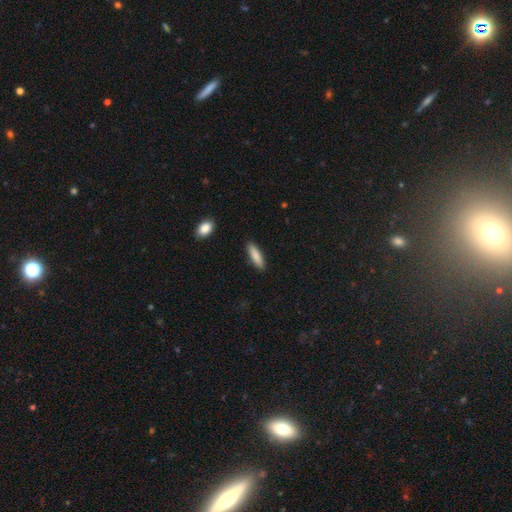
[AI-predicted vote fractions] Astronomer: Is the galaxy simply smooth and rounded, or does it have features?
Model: smooth — 85%.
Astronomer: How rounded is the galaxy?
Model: cigar-shaped — 66%.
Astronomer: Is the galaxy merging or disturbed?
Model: none — 89%.